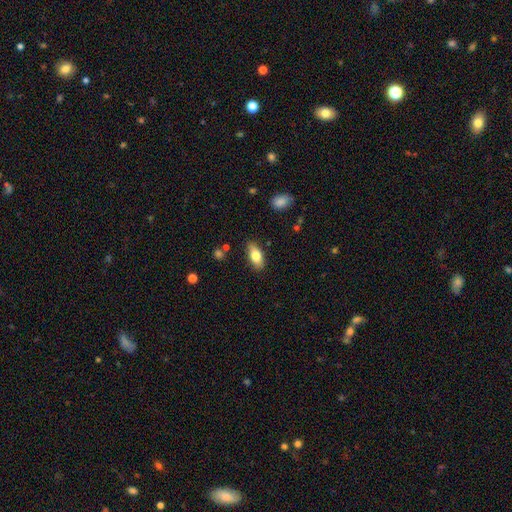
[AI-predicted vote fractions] This appears to be a smooth galaxy with no disk features (78%) that is in between round and cigar-shaped (85%). Merging: none (83%).